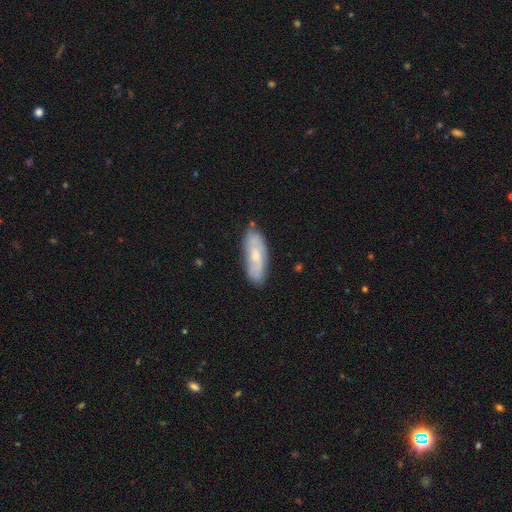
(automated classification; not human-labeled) Q: Smooth or featured?
A: smooth (47%); runner-up: featured or disk (46%)
Q: Merging?
A: none (78%); runner-up: minor disturbance (17%)